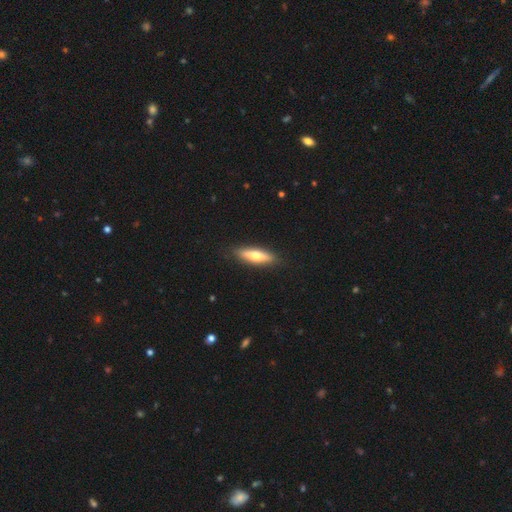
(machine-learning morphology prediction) Smooth or featured? smooth (59%)
How rounded? cigar-shaped (64%)
Merging? none (88%)